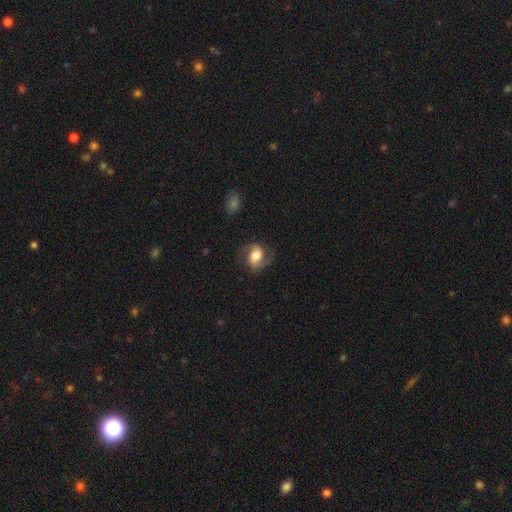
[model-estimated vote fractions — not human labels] smooth_or_featured: featured or disk (p=0.67) [alt: smooth p=0.26]
disk_edge_on: no (p=0.97) [alt: yes p=0.03]
bar: no (p=0.46) [alt: weak p=0.38]
has_spiral_arms: yes (p=0.93) [alt: no p=0.07]
spiral_winding: medium (p=0.49) [alt: loose p=0.36]
spiral_arm_count: 2 (p=0.91) [alt: can't tell p=0.03]
bulge_size: moderate (p=0.44) [alt: large p=0.39]
merging: none (p=0.73) [alt: minor disturbance p=0.17]